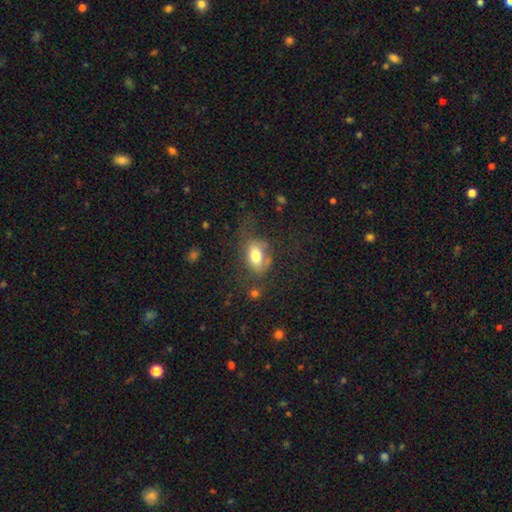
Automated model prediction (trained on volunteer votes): Smooth or featured? smooth (72%)
How rounded? in between (81%)
Merging? none (47%)